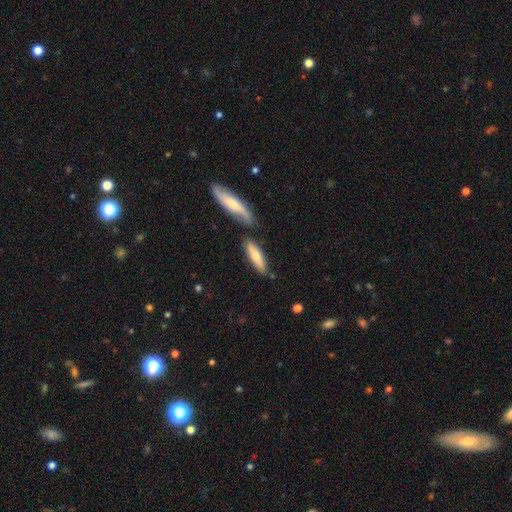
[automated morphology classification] Overall: smooth (70%). How rounded: cigar-shaped (61%; in between 37%). Merging: none (68%).